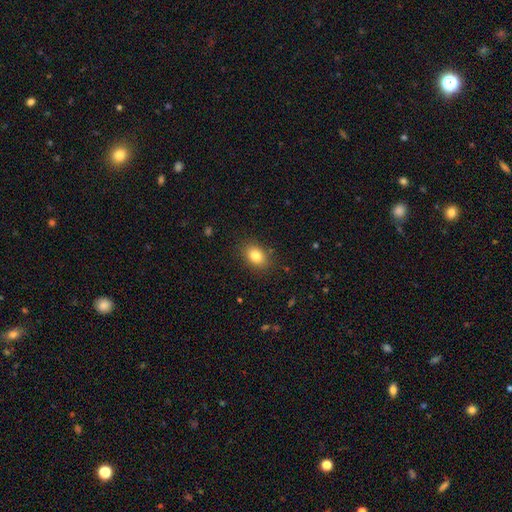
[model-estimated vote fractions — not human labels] Overall: smooth (83%). How rounded: in between (76%). Merging: none (85%).